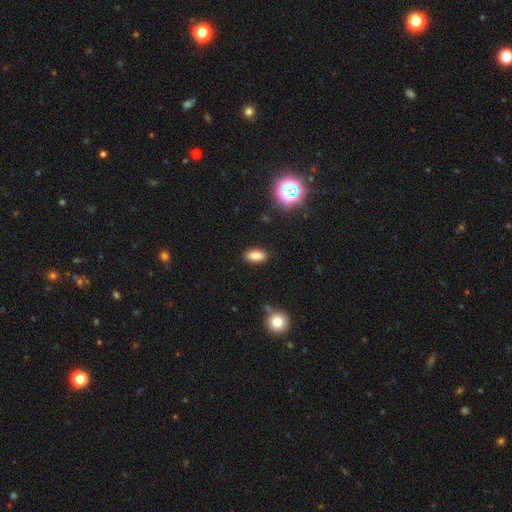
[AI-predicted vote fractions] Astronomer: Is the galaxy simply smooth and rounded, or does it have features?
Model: smooth — 82%.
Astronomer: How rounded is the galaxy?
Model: in between — 84%.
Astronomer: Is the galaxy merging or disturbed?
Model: none — 87%.